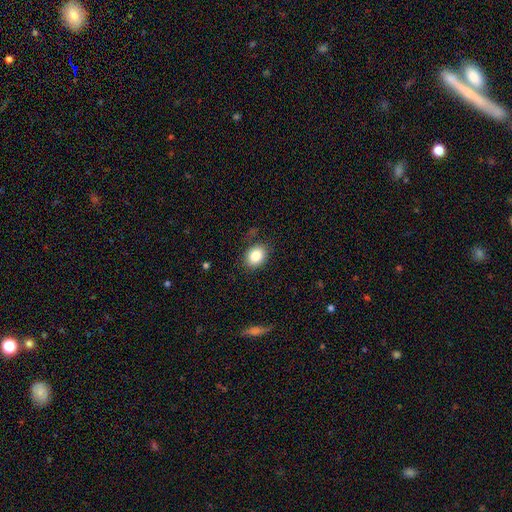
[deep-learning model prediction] Smooth or featured? smooth (83%)
How rounded? in between (55%)
Merging? none (83%)